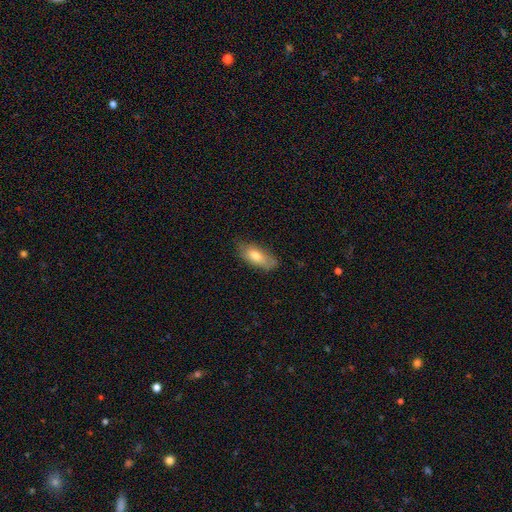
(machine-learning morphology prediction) Q: Smooth or featured?
A: smooth (71%); runner-up: featured or disk (22%)
Q: How rounded?
A: in between (83%); runner-up: cigar-shaped (14%)
Q: Merging?
A: none (70%); runner-up: minor disturbance (24%)